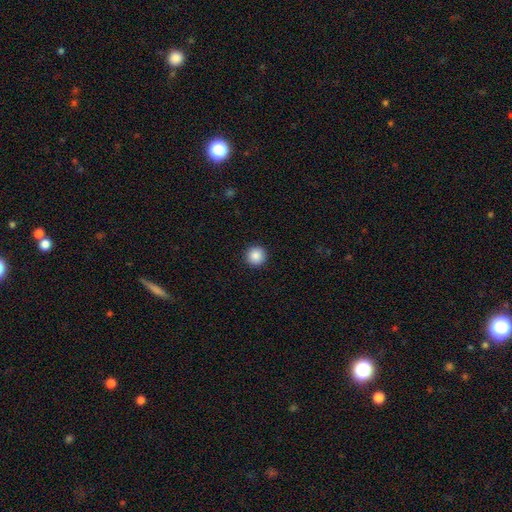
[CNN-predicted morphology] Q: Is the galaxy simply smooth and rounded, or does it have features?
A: smooth — 88%.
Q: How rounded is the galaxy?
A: round — 96%.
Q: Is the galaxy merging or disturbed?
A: none — 93%.